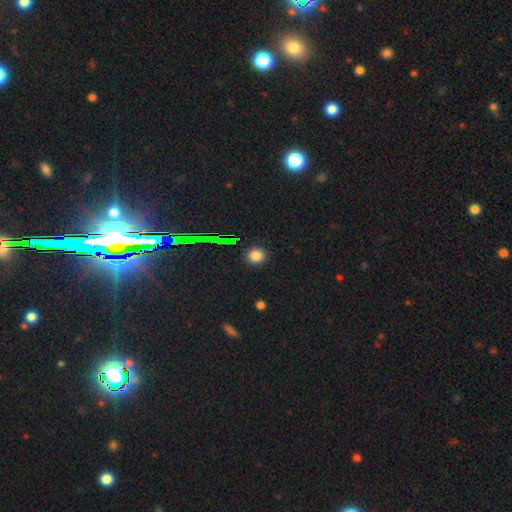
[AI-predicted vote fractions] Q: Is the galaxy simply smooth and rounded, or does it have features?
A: smooth — 82%.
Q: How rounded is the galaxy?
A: round — 87%.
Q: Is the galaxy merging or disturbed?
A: none — 90%.